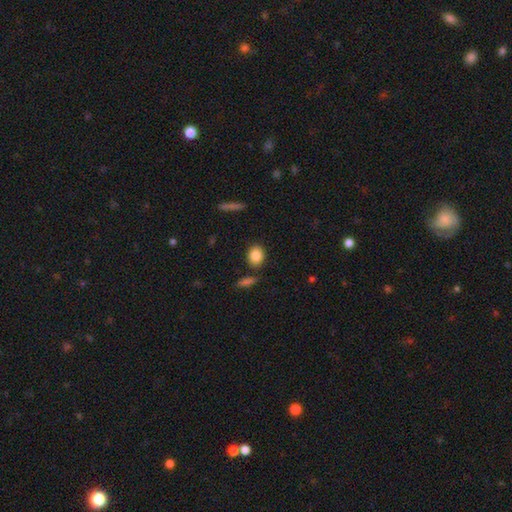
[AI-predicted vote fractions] Morphology: type=smooth (85%); roundness=round (56%); merging=none (82%).